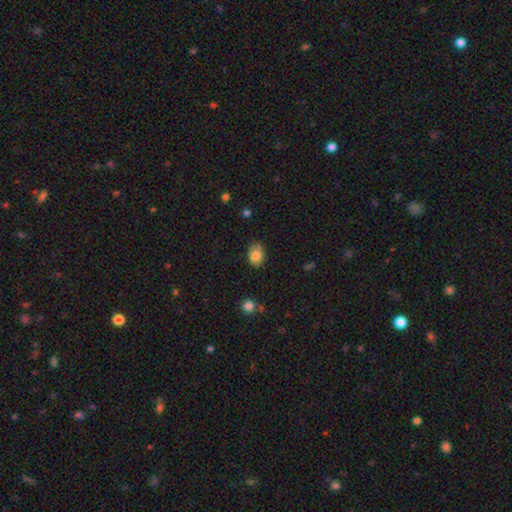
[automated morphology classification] type=smooth (83%); roundness=in between (78%); merging=none (79%).